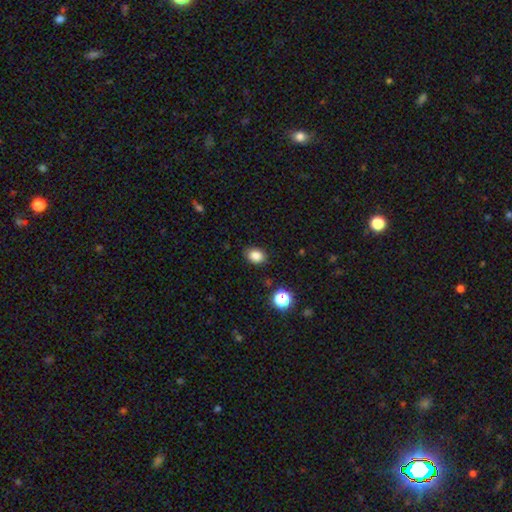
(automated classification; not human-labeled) Smooth or featured: smooth — 84% (star or artifact — 11%)
How rounded: in between — 65% (round — 34%)
Merging: none — 86% (minor disturbance — 10%)